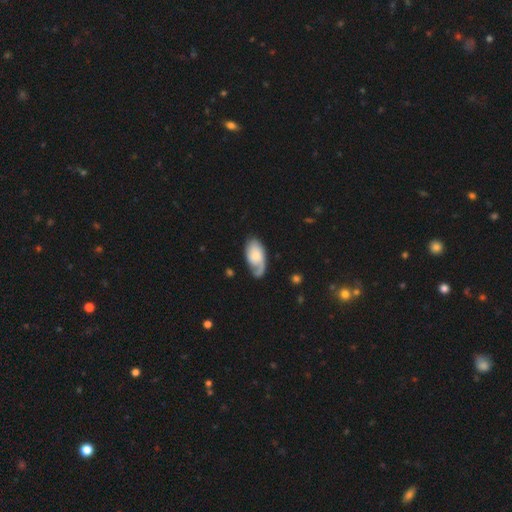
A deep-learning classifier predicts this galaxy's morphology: A featured or disk galaxy (52%). Merging: none (53%).